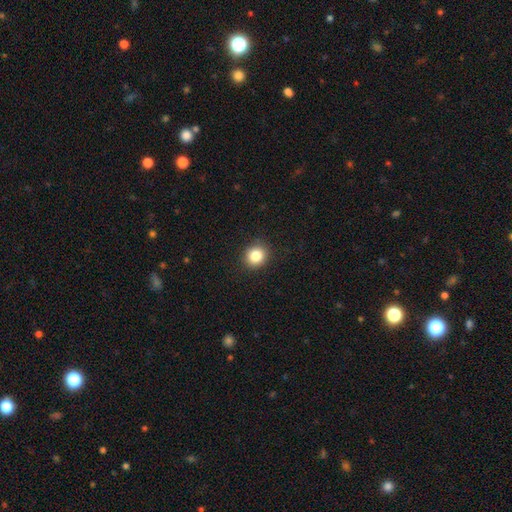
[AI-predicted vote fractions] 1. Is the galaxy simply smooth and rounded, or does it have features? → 84% smooth, 11% star or artifact, 5% featured or disk.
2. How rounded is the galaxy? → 85% round, 14% in between, 1% cigar-shaped.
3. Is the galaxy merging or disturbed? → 91% none, 6% minor disturbance, 2% major disturbance, 1% merger.